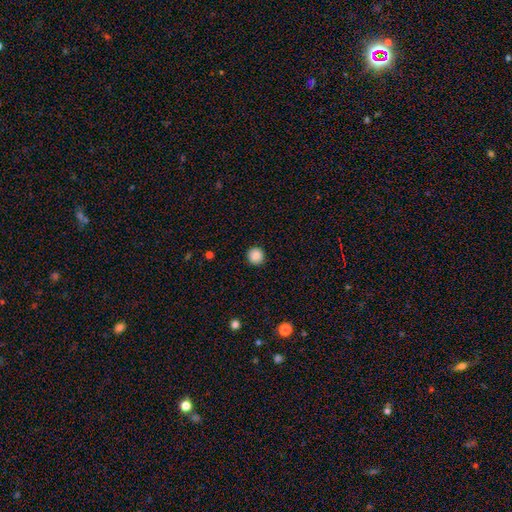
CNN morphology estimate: This appears to be a smooth galaxy with no disk features (88%) that is round (93%). Merging: none (92%).